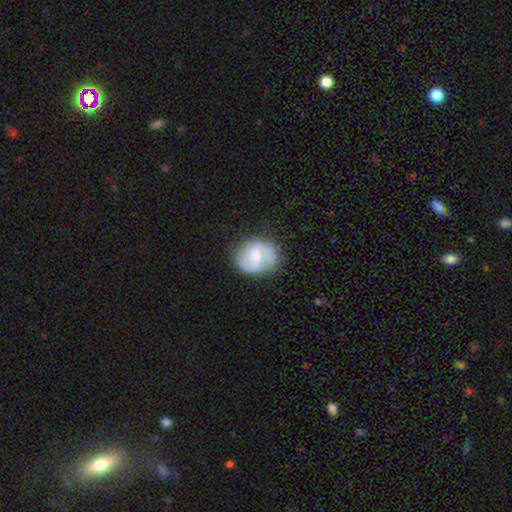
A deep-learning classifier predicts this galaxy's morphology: A featured or disk galaxy (63%) with a weak bar (51%), spiral arms (77%) and a moderate central bulge (61%).

Vote fractions:
- Smooth or featured? featured or disk: 63% / smooth: 31% / star or artifact: 6%
- Edge-on disk? no: 97% / yes: 3%
- Bar? weak: 51% / no: 31% / strong: 18%
- Spiral arms? yes: 77% / no: 23%
- Bulge size? moderate: 61% / small: 33% / large: 4% / none: 2% / dominant: 1%
- Merging? none: 70% / minor disturbance: 21% / major disturbance: 8% / merger: 2%